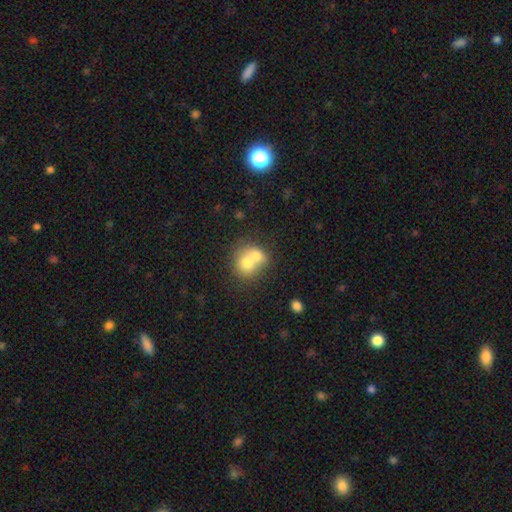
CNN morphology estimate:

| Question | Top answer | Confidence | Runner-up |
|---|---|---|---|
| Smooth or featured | smooth | 68% | featured or disk (23%) |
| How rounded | round | 68% | in between (31%) |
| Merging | merger | 70% | none (22%) |